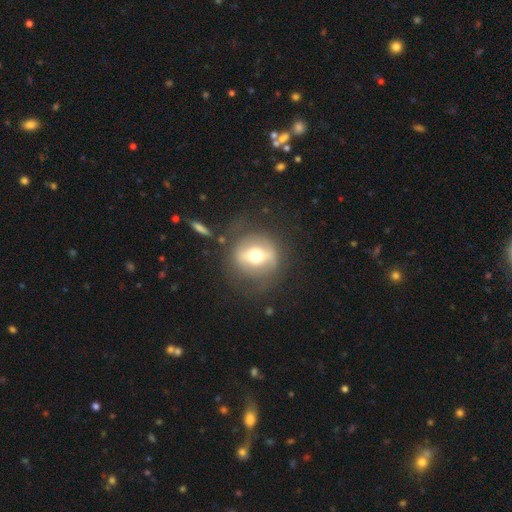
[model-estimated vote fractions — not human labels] This is possibly a featured or disk galaxy (55%). It is clearly not viewed edge-on (83%). Merging: likely none (68%).